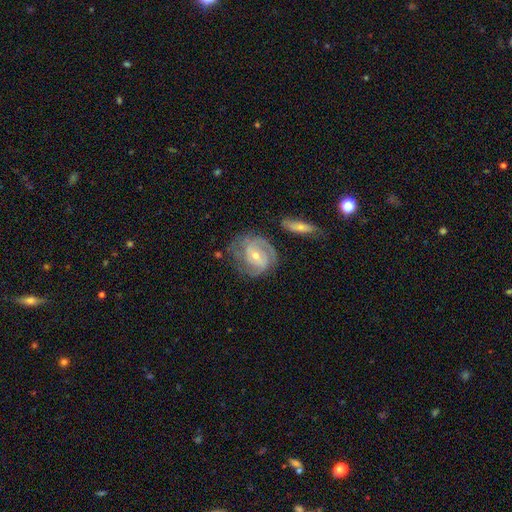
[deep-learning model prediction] Smooth or featured? featured or disk (81%)
Edge-on disk? no (97%)
Bar? no (43%, tied with weak)
Spiral arms? yes (92%)
Spiral winding? tight (54%)
Spiral arm count? 2 (40%)
Bulge size? small (57%)
Merging? none (61%)